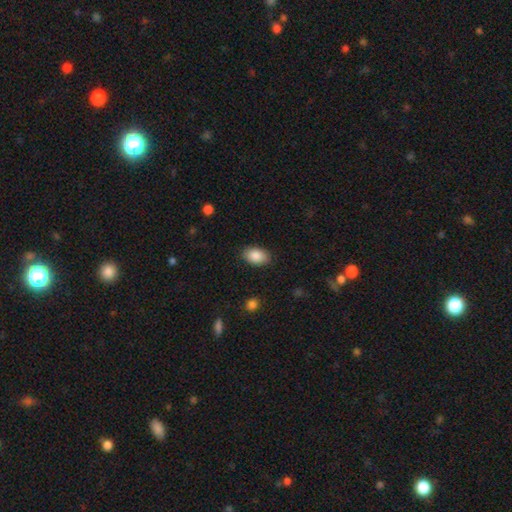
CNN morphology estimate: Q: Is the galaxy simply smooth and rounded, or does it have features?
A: smooth — 88%.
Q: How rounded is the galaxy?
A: in between — 90%.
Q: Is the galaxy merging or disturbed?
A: none — 87%.